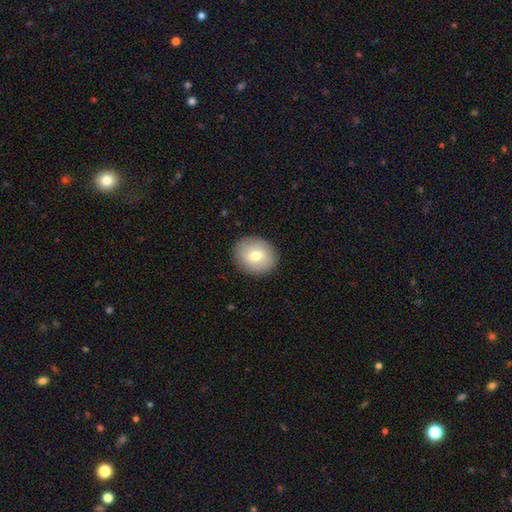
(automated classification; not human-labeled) Overall: smooth (73%). How rounded: round (66%; in between 33%). Merging: none (89%).